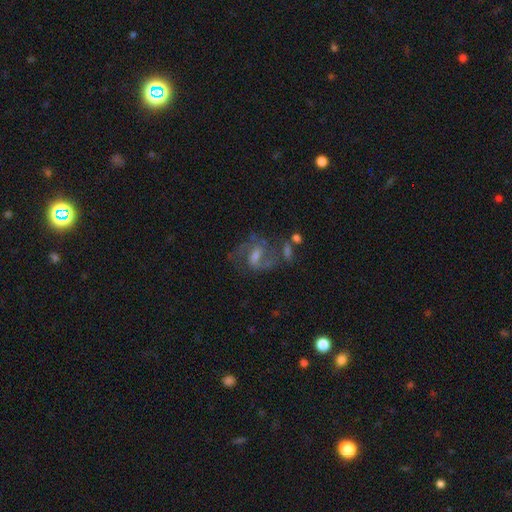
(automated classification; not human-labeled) Overall: featured or disk (74%). Edge-on disk: no (96%). Bar: weak (54%; no 23%). Spiral arms: yes (89%). Spiral arm count: 2 (74%). Spiral winding: medium (54%; loose 28%). Bulge size: moderate (40%; small 39%). Merging: none (56%; major disturbance 17%).